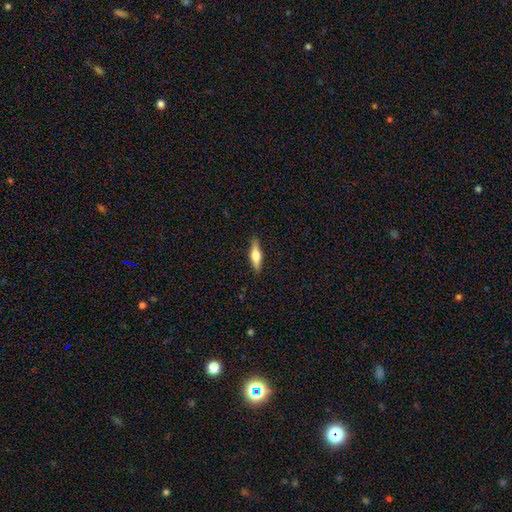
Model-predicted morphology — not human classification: A smooth galaxy with no disk features (56%) that is cigar-shaped (61%).

Vote fractions:
- Smooth or featured? smooth: 56% / featured or disk: 38% / star or artifact: 6%
- How rounded? cigar-shaped: 61% / in between: 37% / round: 2%
- Merging? none: 87% / minor disturbance: 10% / major disturbance: 2% / merger: 1%